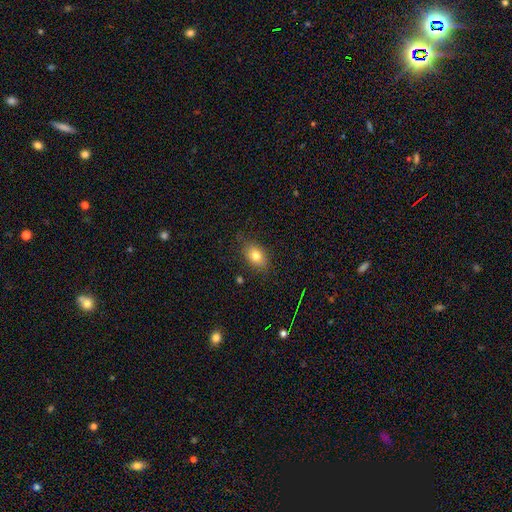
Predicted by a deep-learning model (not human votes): Q: Smooth or featured?
A: smooth (79%); runner-up: featured or disk (12%)
Q: How rounded?
A: in between (81%); runner-up: round (18%)
Q: Merging?
A: none (80%); runner-up: minor disturbance (15%)